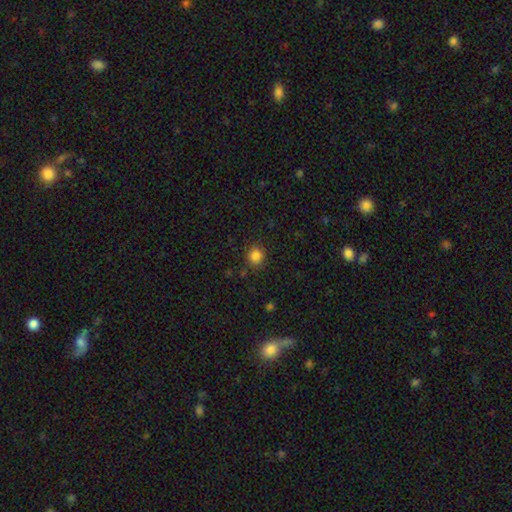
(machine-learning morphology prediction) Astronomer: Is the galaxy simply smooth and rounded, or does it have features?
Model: smooth — 85%.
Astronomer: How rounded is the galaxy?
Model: round — 88%.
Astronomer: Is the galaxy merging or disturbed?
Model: none — 87%.